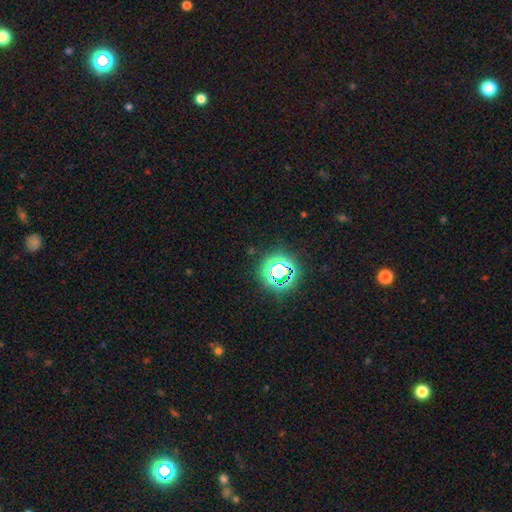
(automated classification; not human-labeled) This appears to be a star or artifact, not a galaxy (77%).